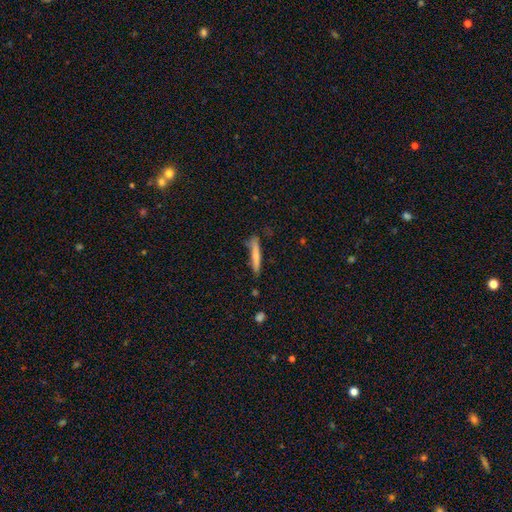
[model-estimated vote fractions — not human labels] smooth 65%, featured or disk 29%, star or artifact 6%. Down the decision tree: how rounded — cigar-shaped (93%); merging — none (73%).